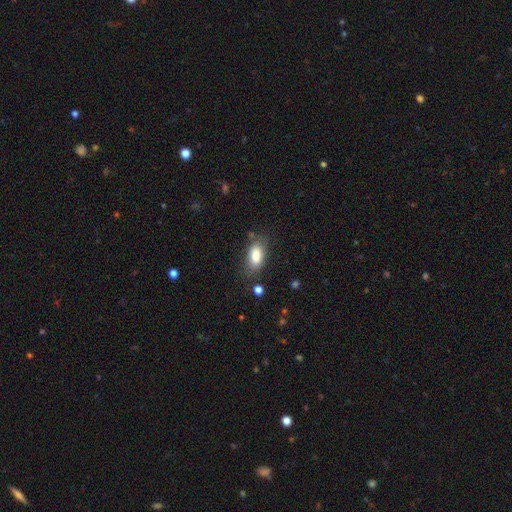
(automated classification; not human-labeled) smooth-or-featured: smooth: 82% | featured or disk: 10% | star or artifact: 8%
  how-rounded: in between: 87% | cigar-shaped: 8% | round: 5%
  merging: none: 72% | minor disturbance: 19% | major disturbance: 6% | merger: 4%